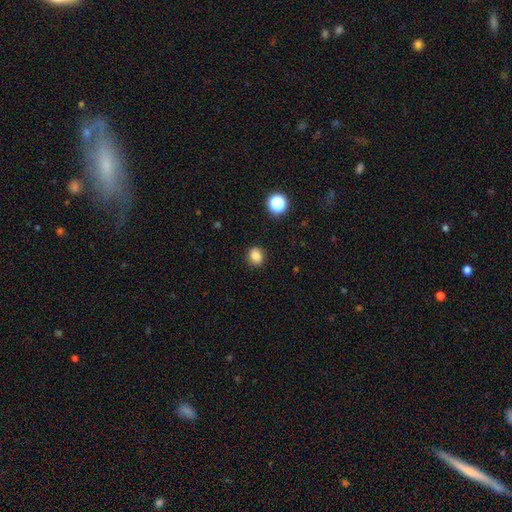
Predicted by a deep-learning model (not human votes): Morphology: type=smooth (83%); roundness=round (69%); merging=none (88%).